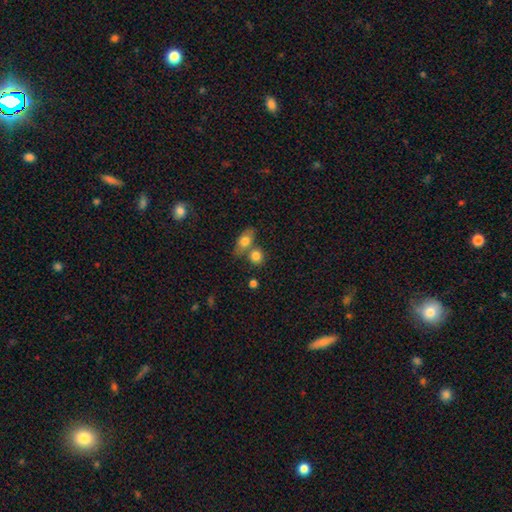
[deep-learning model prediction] This is clearly a smooth galaxy (81%). How rounded: likely round (67%). Merging: possibly none (50%).